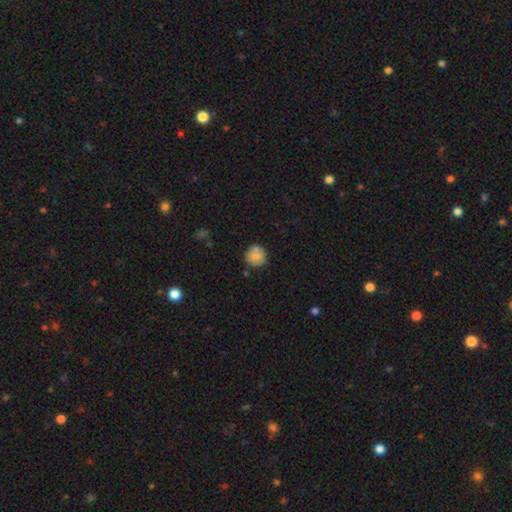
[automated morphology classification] A smooth galaxy with no disk features (81%) that is round (89%). Merging: none (68%).